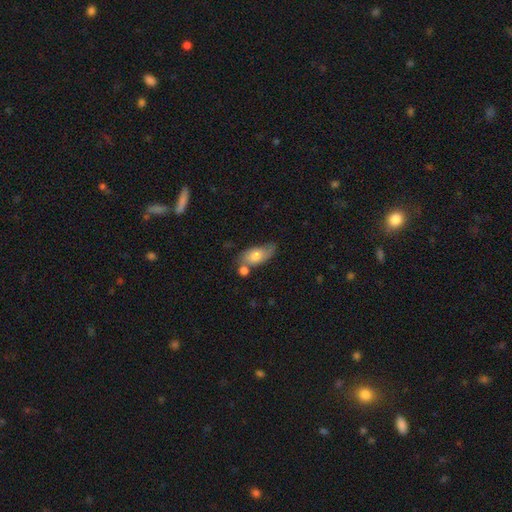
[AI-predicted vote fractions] The model was most divided on "merging": none: 44%, minor disturbance: 26%, merger: 19%, major disturbance: 10%. More confident: how rounded — in between (86%); smooth or featured — smooth (68%).